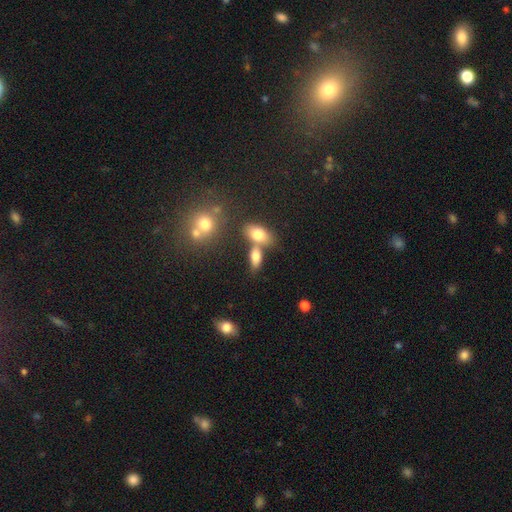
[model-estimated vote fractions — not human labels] smooth-or-featured: smooth: 74% | featured or disk: 15% | star or artifact: 10%
  how-rounded: in between: 83% | cigar-shaped: 9% | round: 8%
  merging: none: 47% | merger: 37% | minor disturbance: 11% | major disturbance: 5%